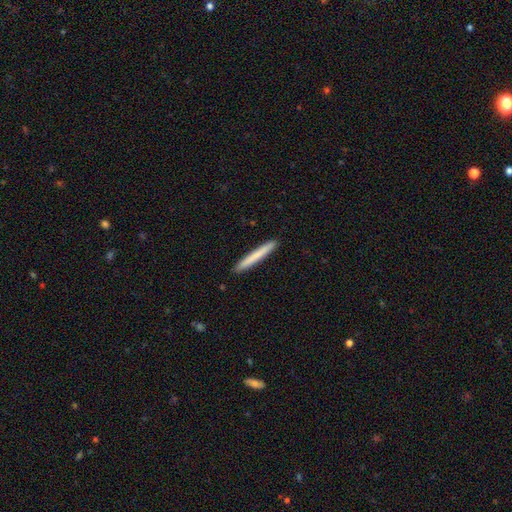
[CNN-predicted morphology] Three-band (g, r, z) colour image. It shows a smooth galaxy with no disk features (73%) that is cigar-shaped (97%). Merging: none (93%).